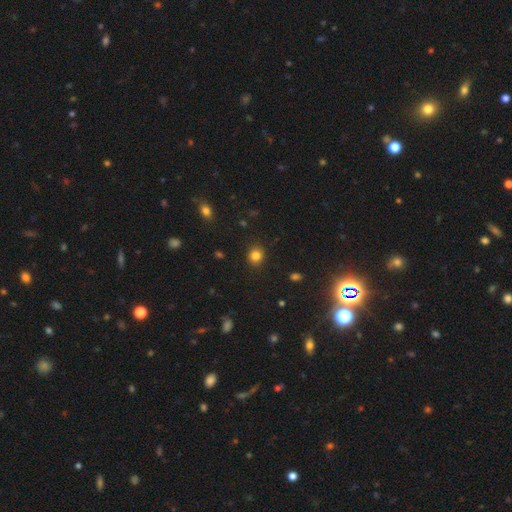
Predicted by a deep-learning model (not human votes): Smooth or featured?
  - smooth: 82% *
  - star or artifact: 12%
  - featured or disk: 5%
How rounded?
  - round: 79% *
  - in between: 20%
  - cigar-shaped: 1%
Merging?
  - none: 90% *
  - minor disturbance: 7%
  - major disturbance: 2%
  - merger: 1%